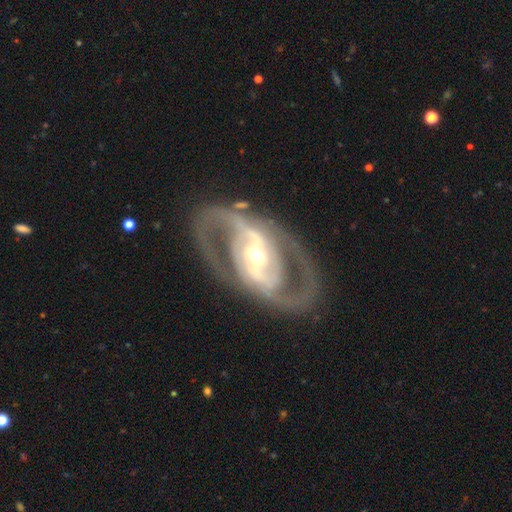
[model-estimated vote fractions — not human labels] A featured or disk galaxy (89%) with a strong bar (49%), 2 (86%) medium (51%) spiral arms (87%) and a moderate central bulge (61%). Merging: none (78%).